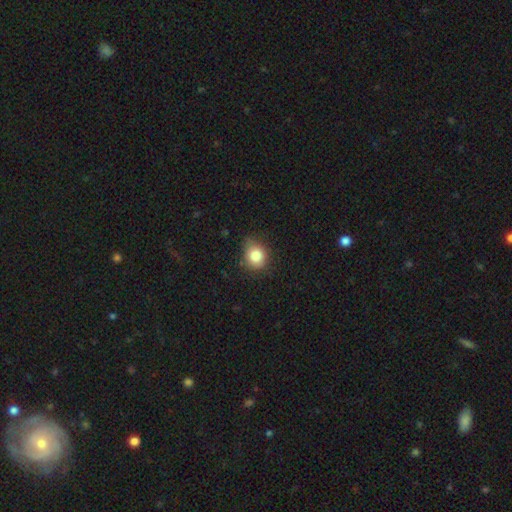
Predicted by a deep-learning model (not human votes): This is clearly a smooth galaxy (83%). How rounded: likely round (65%). Merging: likely none (69%).